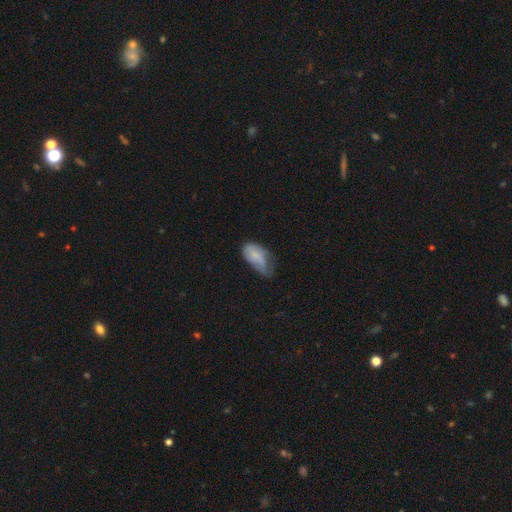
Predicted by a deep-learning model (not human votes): Q: Smooth or featured?
A: smooth (70%); runner-up: featured or disk (23%)
Q: How rounded?
A: in between (92%); runner-up: cigar-shaped (4%)
Q: Merging?
A: minor disturbance (45%); runner-up: none (27%)